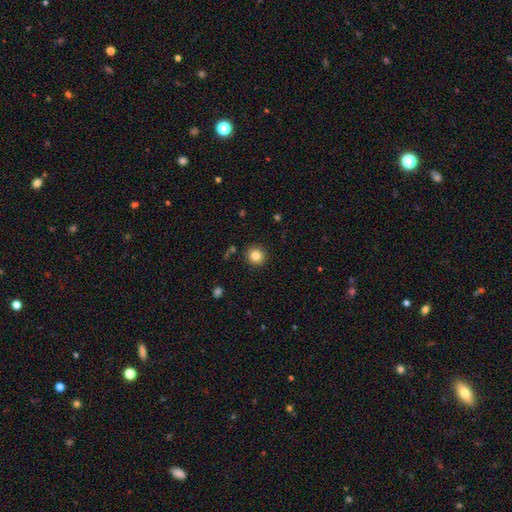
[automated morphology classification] Smooth or featured?
  - smooth: 83% *
  - star or artifact: 11%
  - featured or disk: 6%
How rounded?
  - round: 92% *
  - in between: 7%
  - cigar-shaped: 1%
Merging?
  - none: 90% *
  - minor disturbance: 6%
  - major disturbance: 2%
  - merger: 2%